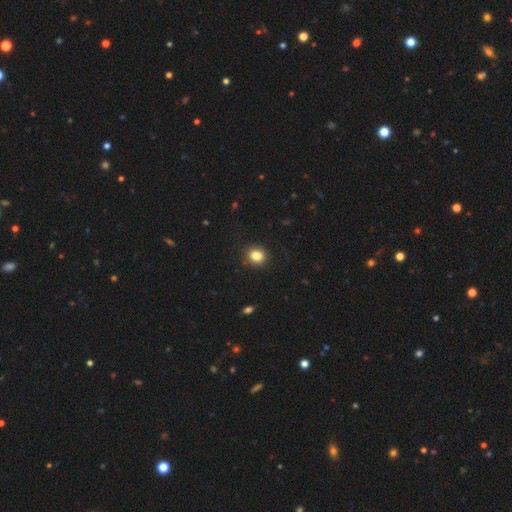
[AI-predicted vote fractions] Smooth or featured? smooth (84%)
How rounded? round (75%)
Merging? none (88%)